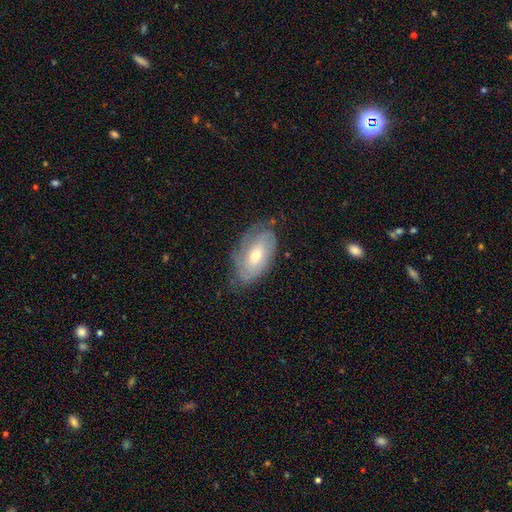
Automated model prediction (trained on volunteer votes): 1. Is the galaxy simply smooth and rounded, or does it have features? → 59% featured or disk, 34% smooth, 6% star or artifact.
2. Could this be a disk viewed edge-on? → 92% no, 8% yes.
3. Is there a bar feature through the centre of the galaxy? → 62% no, 30% weak, 8% strong.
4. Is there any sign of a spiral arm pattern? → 77% yes, 23% no.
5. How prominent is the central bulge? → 60% moderate, 34% small, 4% large, 1% none, 1% dominant.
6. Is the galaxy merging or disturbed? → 67% none, 24% minor disturbance, 8% major disturbance, 1% merger.